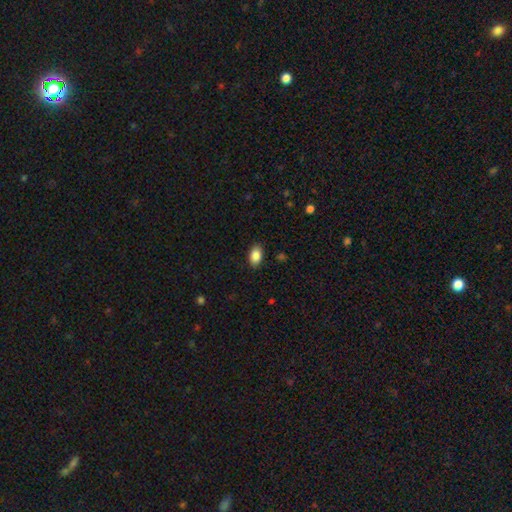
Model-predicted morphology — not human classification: A smooth galaxy with no disk features (87%) that is in between round and cigar-shaped (91%).

Vote fractions:
- Smooth or featured? smooth: 87% / star or artifact: 8% / featured or disk: 5%
- How rounded? in between: 91% / round: 7% / cigar-shaped: 2%
- Merging? none: 88% / minor disturbance: 9% / major disturbance: 2% / merger: 1%